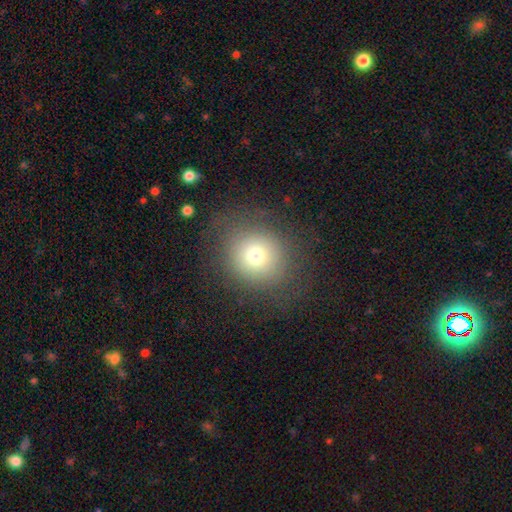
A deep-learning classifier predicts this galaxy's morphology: smooth 71%, star or artifact 15%, featured or disk 14%. Down the decision tree: how rounded — round (84%); merging — none (78%).